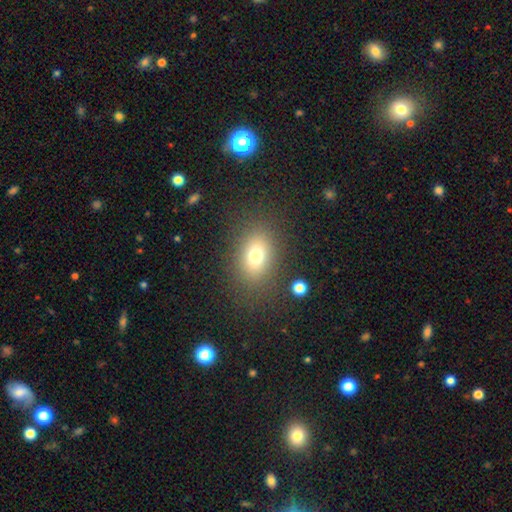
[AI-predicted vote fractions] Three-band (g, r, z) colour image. It shows a smooth galaxy with no disk features (73%) that is in between round and cigar-shaped (69%). Merging: none (81%).